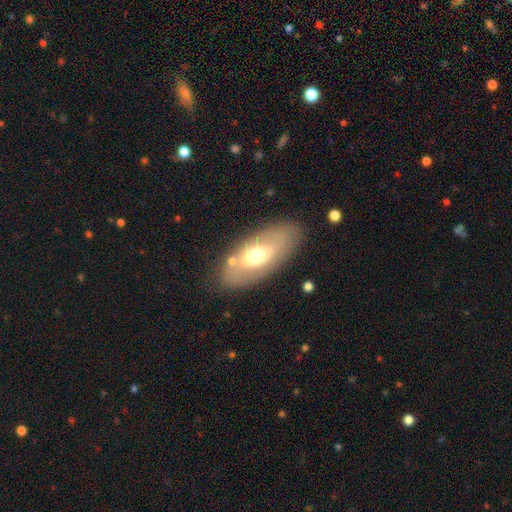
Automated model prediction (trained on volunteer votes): smooth 52%, featured or disk 41%, star or artifact 7%. Down the decision tree: how rounded — in between (88%); merging — none (79%).